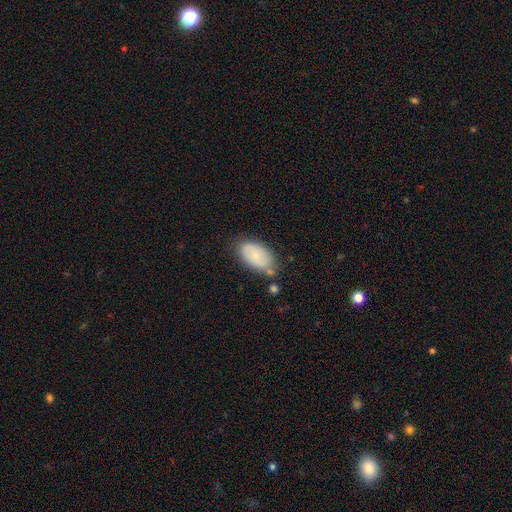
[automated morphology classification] Overall: smooth (70%). How rounded: in between (94%). Merging: none (66%).